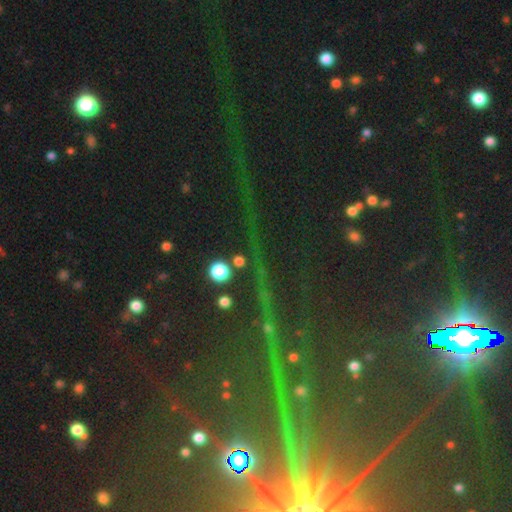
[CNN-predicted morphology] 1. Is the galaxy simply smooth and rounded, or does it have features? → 83% star or artifact, 9% featured or disk, 8% smooth.